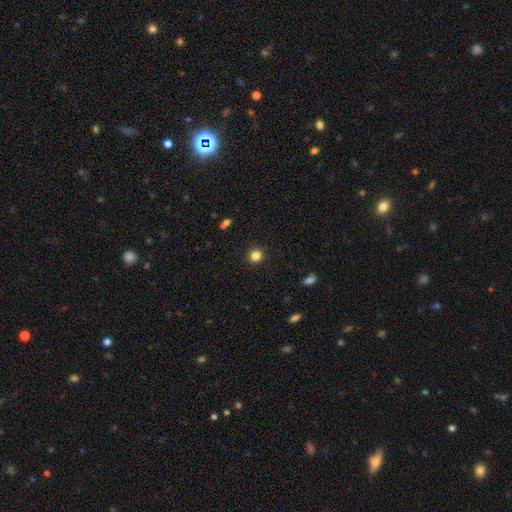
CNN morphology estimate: Smooth or featured? smooth (83%)
How rounded? round (92%)
Merging? none (91%)